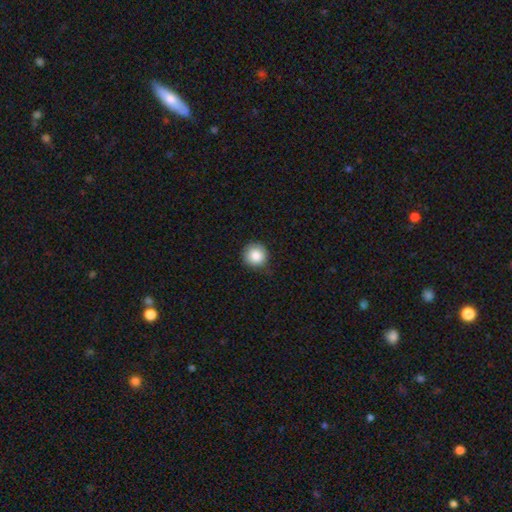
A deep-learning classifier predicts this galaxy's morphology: Smooth or featured?
  - smooth: 86% *
  - star or artifact: 9%
  - featured or disk: 5%
How rounded?
  - round: 94% *
  - in between: 5%
  - cigar-shaped: 1%
Merging?
  - none: 83% *
  - minor disturbance: 13%
  - major disturbance: 2%
  - merger: 1%